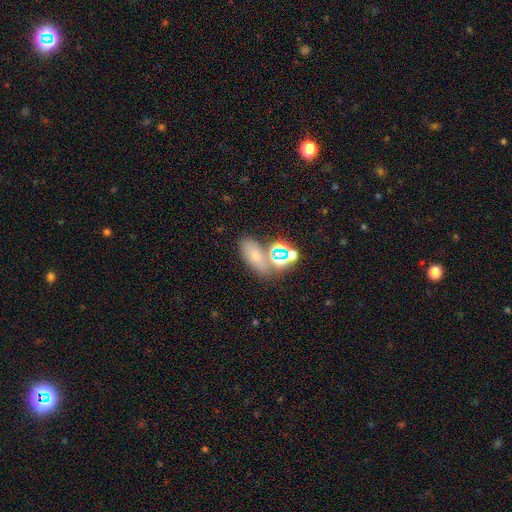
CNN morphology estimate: Smooth or featured? smooth (61%)
How rounded? in between (76%)
Merging? none (58%)